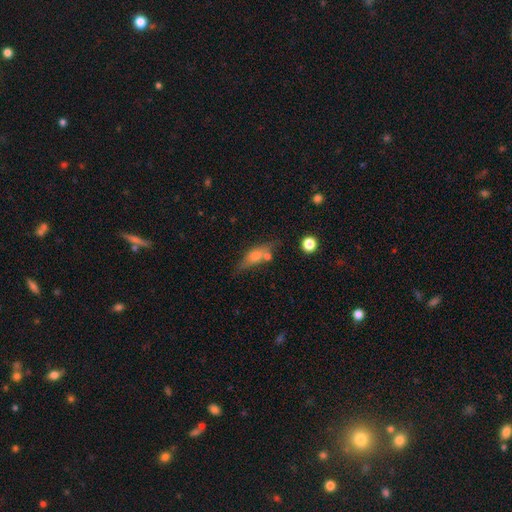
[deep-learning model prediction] smooth 56%, featured or disk 35%, star or artifact 9%. Down the decision tree: how rounded — in between (56%); merging — none (60%).